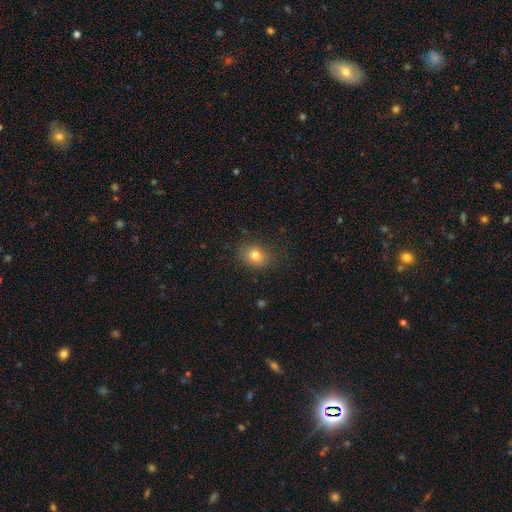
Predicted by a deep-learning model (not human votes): Smooth or featured: smooth — 79% (star or artifact — 13%)
How rounded: round — 59% (in between — 40%)
Merging: none — 82% (minor disturbance — 13%)